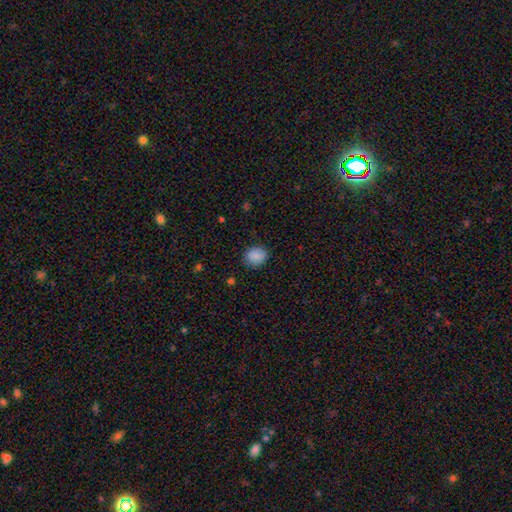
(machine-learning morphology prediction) Smooth or featured?
  - smooth: 87% *
  - star or artifact: 9%
  - featured or disk: 5%
How rounded?
  - round: 63% *
  - in between: 36%
  - cigar-shaped: 1%
Merging?
  - none: 84% *
  - minor disturbance: 12%
  - major disturbance: 3%
  - merger: 1%